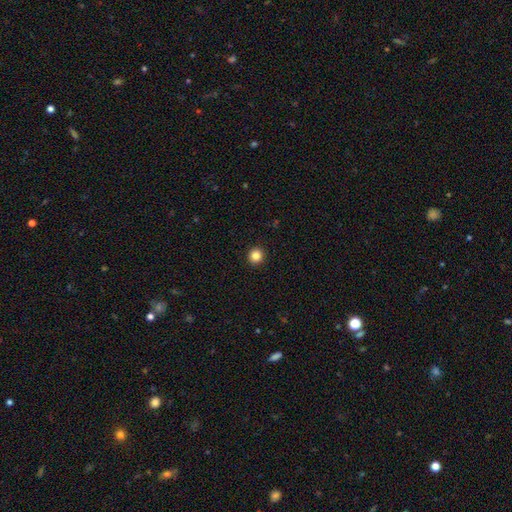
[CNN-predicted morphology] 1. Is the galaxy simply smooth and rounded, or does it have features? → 85% smooth, 11% star or artifact, 4% featured or disk.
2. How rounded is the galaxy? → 94% round, 5% in between, 1% cigar-shaped.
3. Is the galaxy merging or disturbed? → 94% none, 4% minor disturbance, 1% major disturbance, 1% merger.